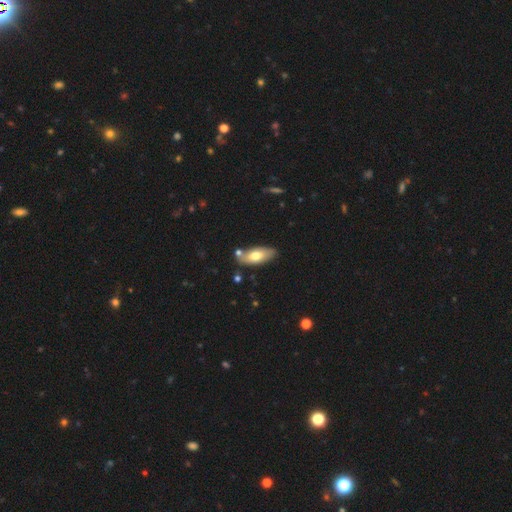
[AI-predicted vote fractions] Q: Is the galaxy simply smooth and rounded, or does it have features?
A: smooth — 67%.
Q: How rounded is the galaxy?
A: in between — 84%.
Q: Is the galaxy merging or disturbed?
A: none — 74%.